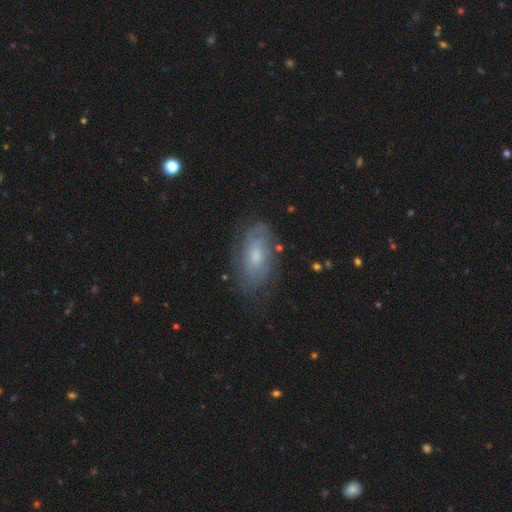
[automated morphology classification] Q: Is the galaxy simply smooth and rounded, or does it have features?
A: featured or disk — 56%.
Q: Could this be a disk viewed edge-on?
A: no — 92%.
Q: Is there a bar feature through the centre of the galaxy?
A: no — 75%.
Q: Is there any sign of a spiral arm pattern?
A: yes — 75%.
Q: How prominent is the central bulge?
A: small — 46%.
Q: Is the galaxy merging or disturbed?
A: none — 73%.